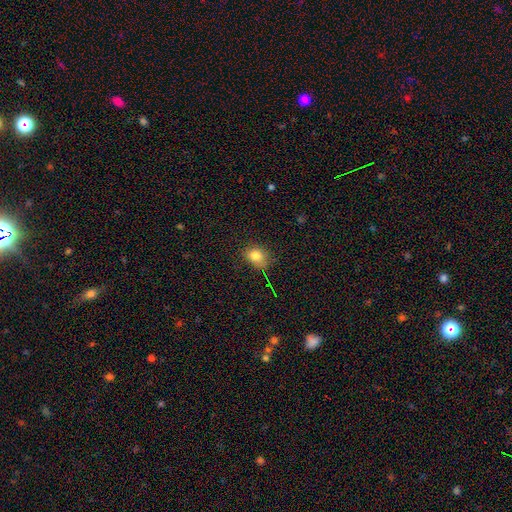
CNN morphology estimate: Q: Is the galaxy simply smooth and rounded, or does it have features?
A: smooth — 80%.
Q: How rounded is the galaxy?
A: in between — 50%.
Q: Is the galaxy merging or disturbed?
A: none — 70%.